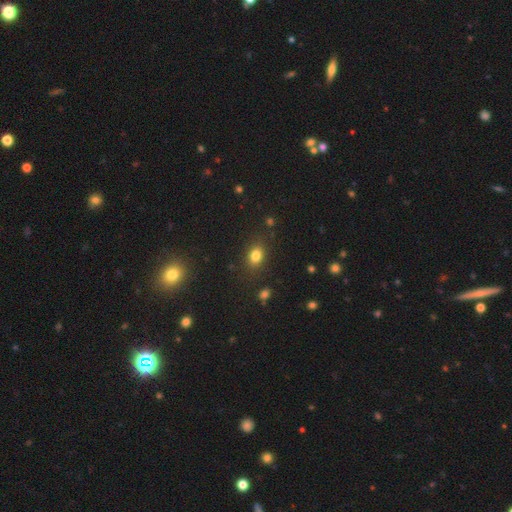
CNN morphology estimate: smooth 80%, star or artifact 13%, featured or disk 7%. Down the decision tree: how rounded — in between (63%); merging — none (83%).